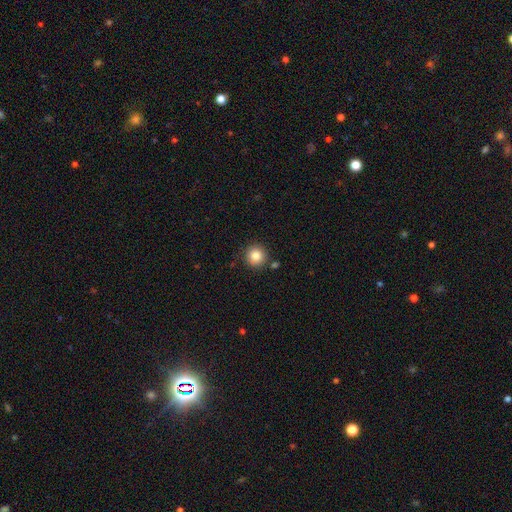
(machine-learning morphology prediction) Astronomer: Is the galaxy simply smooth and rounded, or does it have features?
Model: smooth — 84%.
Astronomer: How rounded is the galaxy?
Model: round — 94%.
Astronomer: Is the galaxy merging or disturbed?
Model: none — 86%.